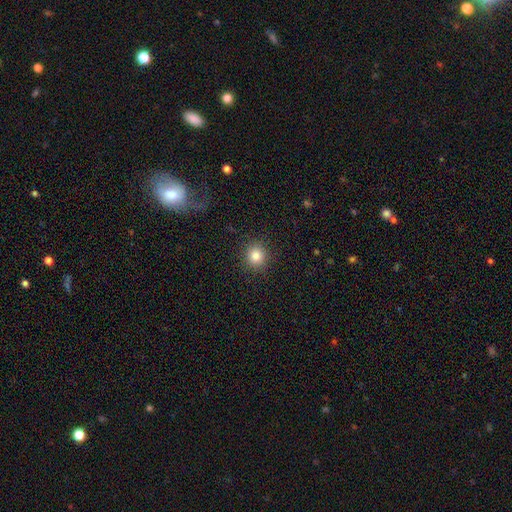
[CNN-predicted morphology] Smooth or featured? Predicted: smooth (p=0.84). How rounded? Predicted: round (p=0.90). Merging? Predicted: none (p=0.91).